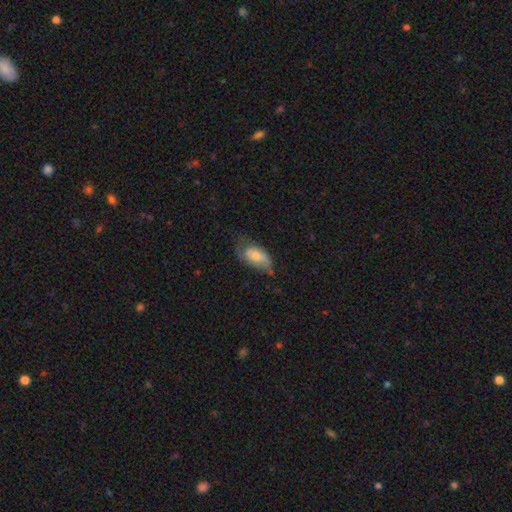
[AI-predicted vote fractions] Q: Smooth or featured?
A: smooth (47%); runner-up: featured or disk (46%)
Q: Merging?
A: none (46%); runner-up: minor disturbance (32%)